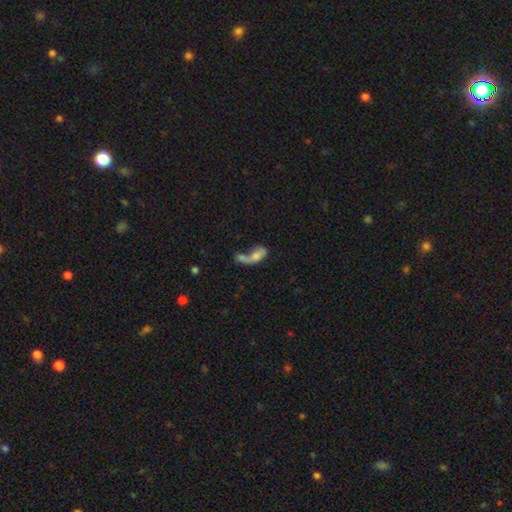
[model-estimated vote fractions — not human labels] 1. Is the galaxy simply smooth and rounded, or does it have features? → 53% smooth, 35% featured or disk, 13% star or artifact.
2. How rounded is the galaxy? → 75% in between, 15% cigar-shaped, 11% round.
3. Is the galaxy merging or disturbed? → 55% merger, 18% major disturbance, 18% none, 10% minor disturbance.